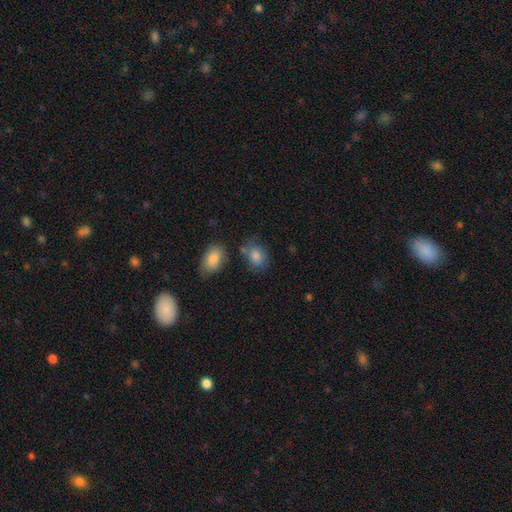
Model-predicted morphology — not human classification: This appears to be a smooth galaxy with no disk features (81%) that is in between round and cigar-shaped (70%). Merging: none (62%).